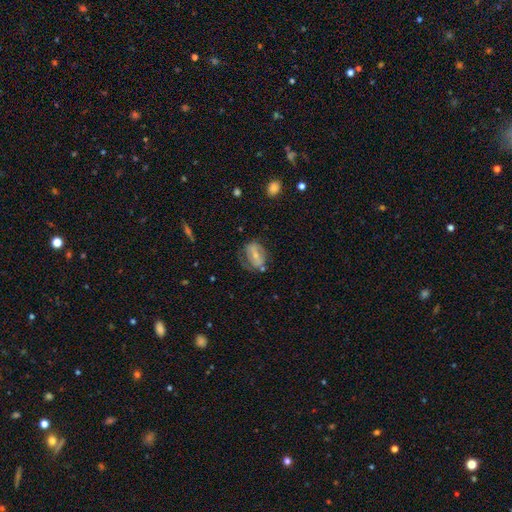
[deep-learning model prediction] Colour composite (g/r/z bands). It shows a featured or disk galaxy (57%) with a weak bar (37%), spiral arms (61%) and a small central bulge (52%). Merging: none (50%).